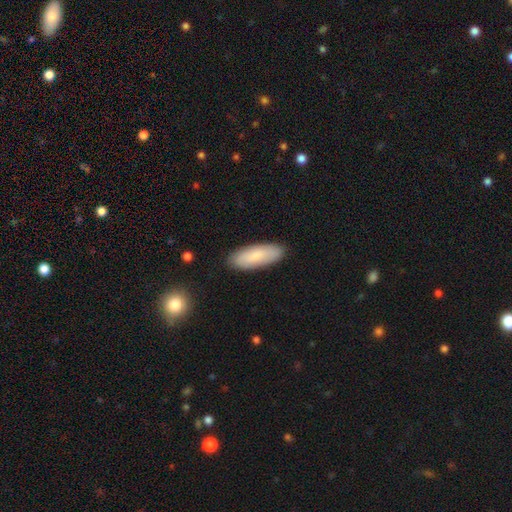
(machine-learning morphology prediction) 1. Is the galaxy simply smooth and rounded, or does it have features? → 80% smooth, 14% featured or disk, 6% star or artifact.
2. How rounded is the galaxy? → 69% in between, 29% cigar-shaped, 2% round.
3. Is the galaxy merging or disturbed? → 88% none, 9% minor disturbance, 2% major disturbance, 1% merger.